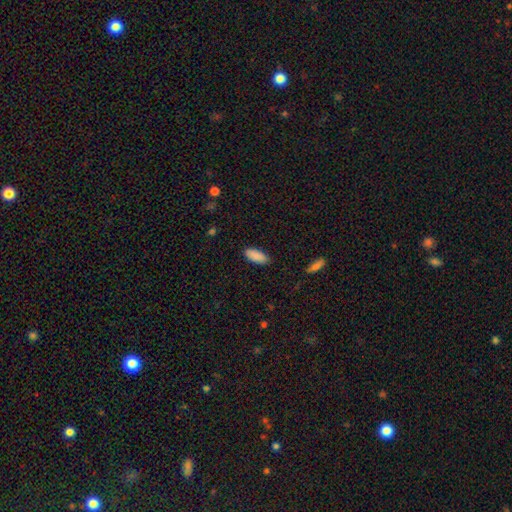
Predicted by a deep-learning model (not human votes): smooth_or_featured: smooth (p=0.90) [alt: star or artifact p=0.07]
how_rounded: in between (p=0.84) [alt: cigar-shaped p=0.14]
merging: none (p=0.86) [alt: minor disturbance p=0.11]